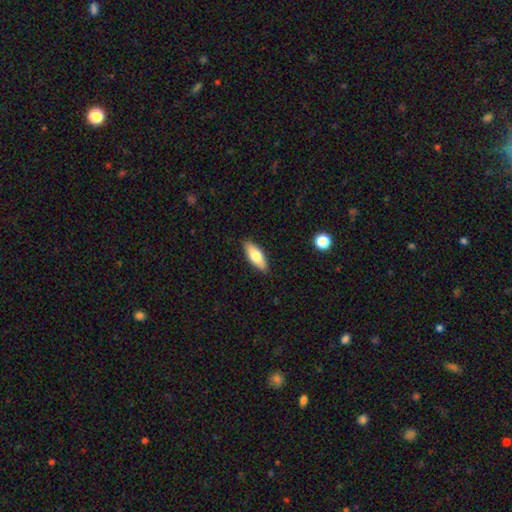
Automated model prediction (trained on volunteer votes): A smooth galaxy with no disk features (72%) that is in between round and cigar-shaped (74%). Merging: none (88%).